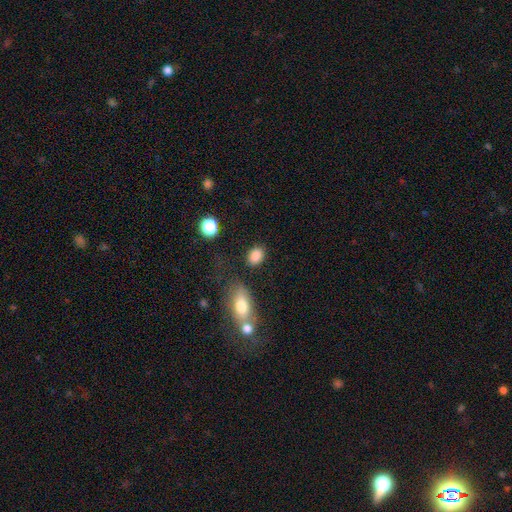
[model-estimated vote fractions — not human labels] smooth_or_featured: smooth (p=0.87) [alt: star or artifact p=0.09]
how_rounded: in between (p=0.71) [alt: round p=0.27]
merging: none (p=0.81) [alt: minor disturbance p=0.11]